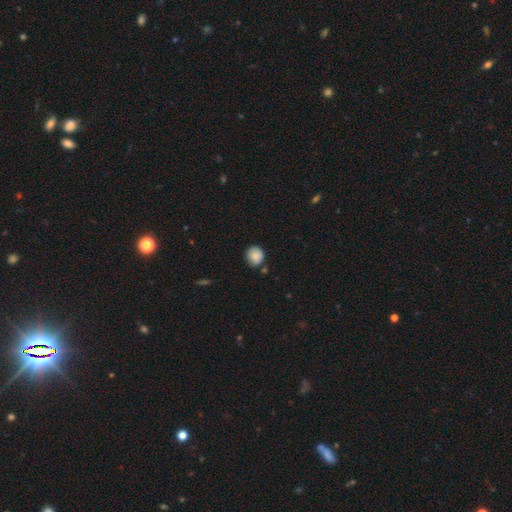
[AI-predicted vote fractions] smooth_or_featured: smooth (p=0.85) [alt: star or artifact p=0.08]
how_rounded: round (p=0.83) [alt: in between p=0.16]
merging: none (p=0.74) [alt: minor disturbance p=0.17]